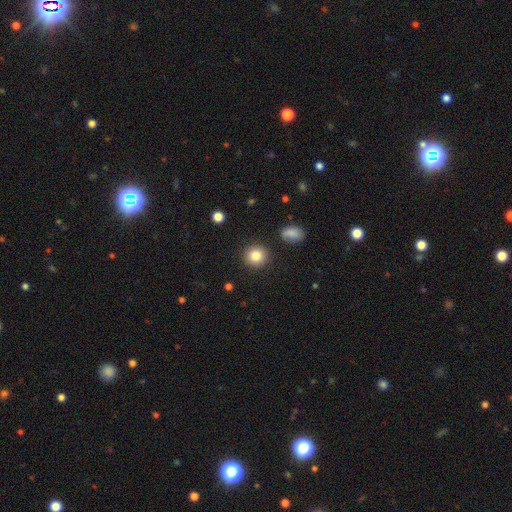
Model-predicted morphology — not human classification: A smooth galaxy with no disk features (85%) that is round (91%). Merging: none (90%).